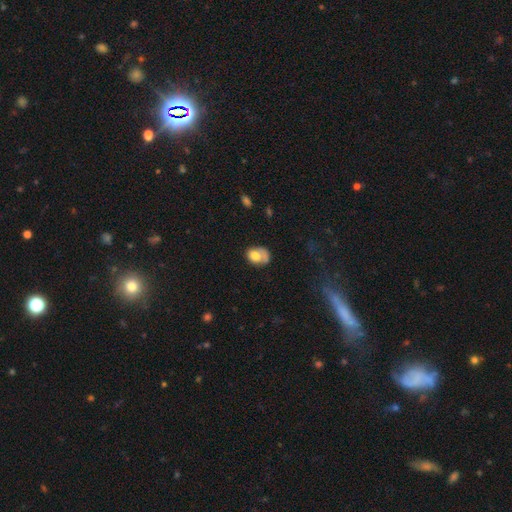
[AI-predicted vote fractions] Smooth or featured?
  - smooth: 68% *
  - featured or disk: 24%
  - star or artifact: 8%
How rounded?
  - in between: 60% *
  - round: 39%
  - cigar-shaped: 1%
Merging?
  - none: 38% *
  - minor disturbance: 28%
  - major disturbance: 21%
  - merger: 13%